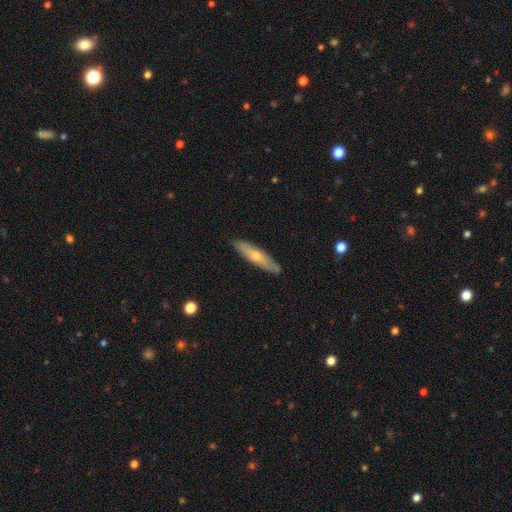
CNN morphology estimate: smooth-or-featured: smooth: 49% | featured or disk: 45% | star or artifact: 6%
  merging: none: 88% | minor disturbance: 9% | major disturbance: 2% | merger: 1%